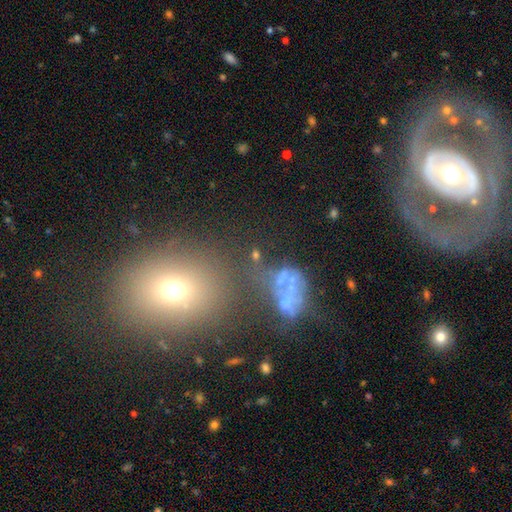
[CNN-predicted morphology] Smooth or featured: smooth — 39% (star or artifact — 35%)
Merging: none — 51% (merger — 20%)